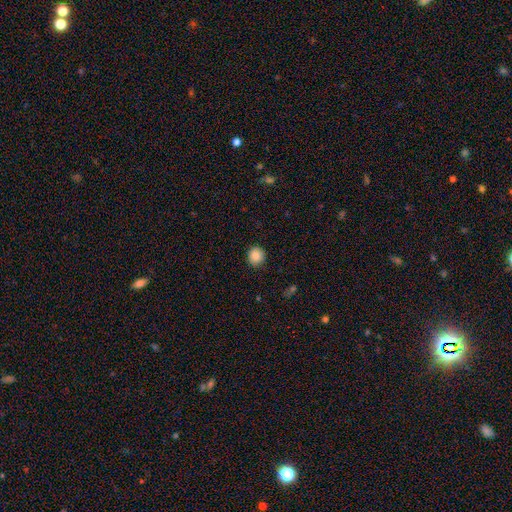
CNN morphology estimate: This is clearly a smooth galaxy (87%). How rounded: clearly round (92%). Merging: clearly none (91%).